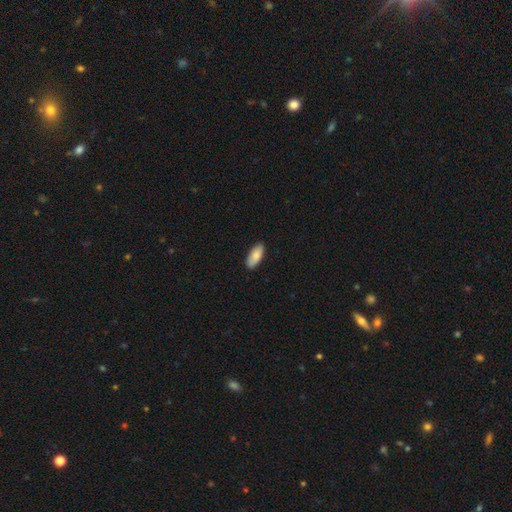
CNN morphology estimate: Smooth or featured?
  - smooth: 84% *
  - featured or disk: 10%
  - star or artifact: 6%
How rounded?
  - in between: 88% *
  - cigar-shaped: 10%
  - round: 2%
Merging?
  - none: 88% *
  - minor disturbance: 10%
  - major disturbance: 2%
  - merger: 1%